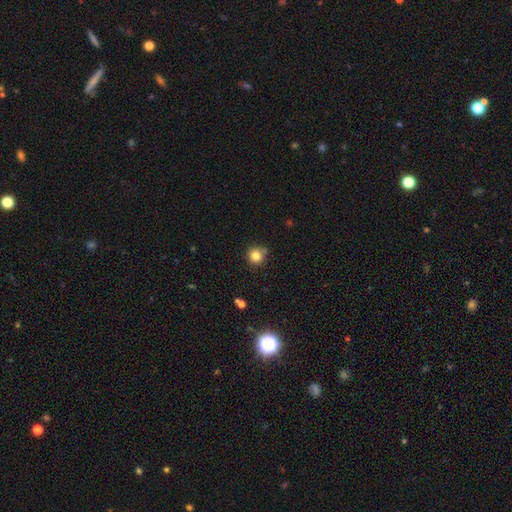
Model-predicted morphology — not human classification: A smooth galaxy with no disk features (82%) that is round (93%).

Vote fractions:
- Smooth or featured? smooth: 82% / star or artifact: 12% / featured or disk: 5%
- How rounded? round: 93% / in between: 6% / cigar-shaped: 1%
- Merging? none: 78% / minor disturbance: 13% / merger: 6% / major disturbance: 3%